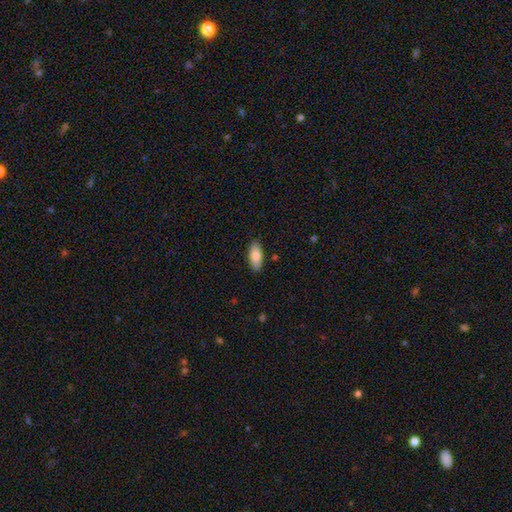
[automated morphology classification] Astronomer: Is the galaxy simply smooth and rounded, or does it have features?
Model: smooth — 86%.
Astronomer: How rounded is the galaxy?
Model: in between — 88%.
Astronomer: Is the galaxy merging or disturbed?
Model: none — 86%.